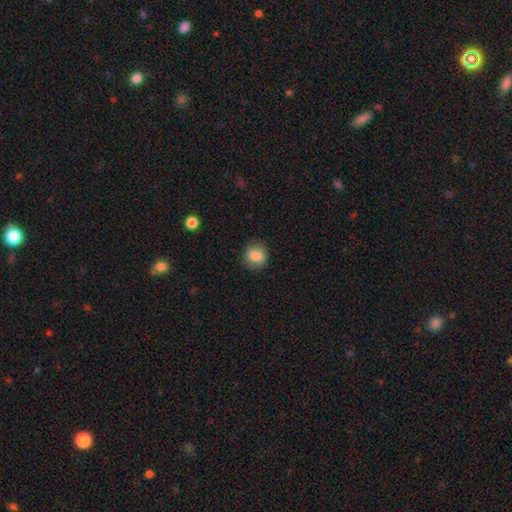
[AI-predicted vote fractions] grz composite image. It shows a smooth galaxy with no disk features (83%) that is round (79%). Merging: none (86%).